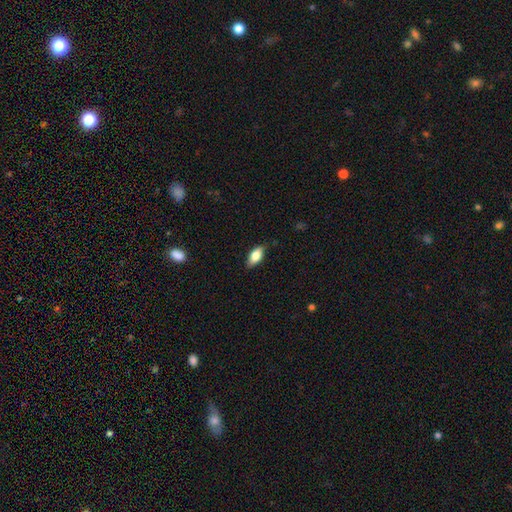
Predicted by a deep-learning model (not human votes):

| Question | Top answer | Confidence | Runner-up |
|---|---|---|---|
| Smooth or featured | smooth | 77% | featured or disk (16%) |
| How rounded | in between | 87% | cigar-shaped (9%) |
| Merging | none | 82% | minor disturbance (15%) |